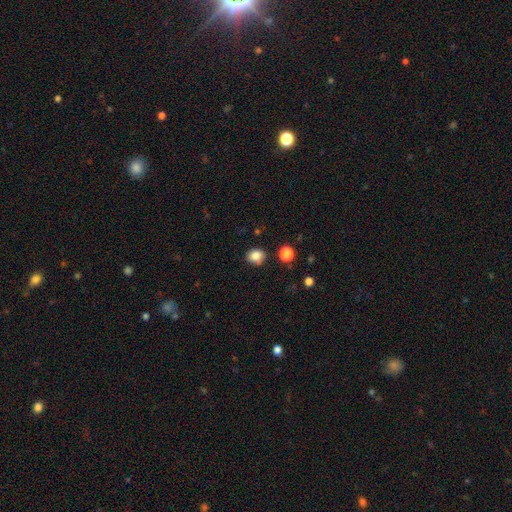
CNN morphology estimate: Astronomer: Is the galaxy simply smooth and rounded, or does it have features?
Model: smooth — 84%.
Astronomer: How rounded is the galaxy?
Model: round — 65%.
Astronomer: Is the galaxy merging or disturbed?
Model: none — 84%.